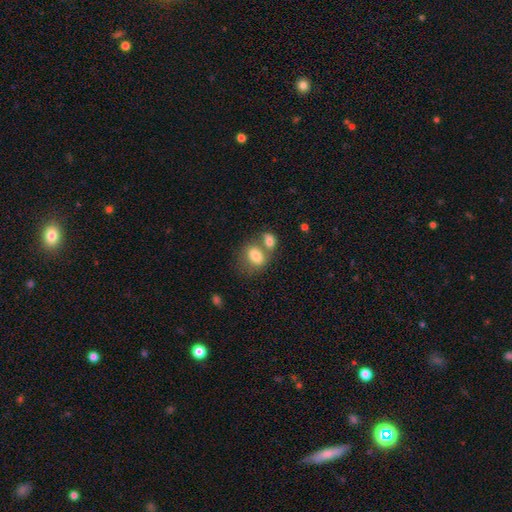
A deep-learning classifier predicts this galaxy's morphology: smooth_or_featured: smooth (p=0.78) [alt: featured or disk p=0.14]
how_rounded: in between (p=0.71) [alt: round p=0.27]
merging: merger (p=0.53) [alt: none p=0.31]